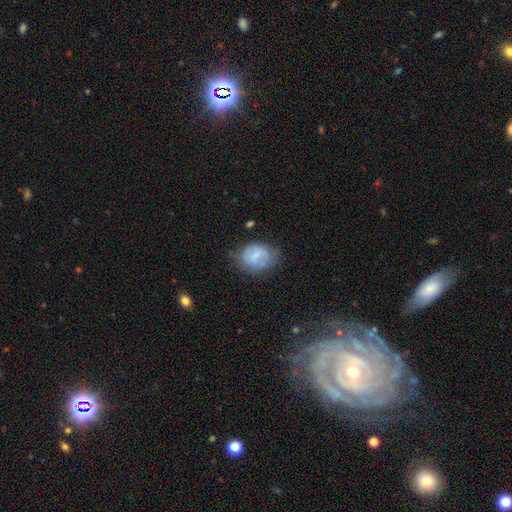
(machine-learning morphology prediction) Overall: smooth (62%; featured or disk 30%). How rounded: in between (65%; round 34%). Merging: none (61%; minor disturbance 27%).